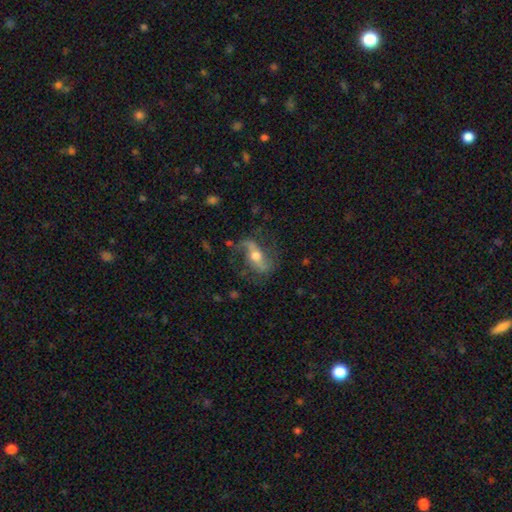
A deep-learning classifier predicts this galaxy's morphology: Q: Smooth or featured?
A: featured or disk (75%); runner-up: smooth (18%)
Q: Edge-on disk?
A: no (88%); runner-up: yes (12%)
Q: Bar?
A: strong (40%); runner-up: weak (30%)
Q: Spiral arms?
A: yes (88%); runner-up: no (12%)
Q: Spiral winding?
A: loose (62%); runner-up: medium (29%)
Q: Spiral arm count?
A: 2 (86%); runner-up: 1 (6%)
Q: Bulge size?
A: moderate (69%); runner-up: small (20%)
Q: Merging?
A: none (68%); runner-up: minor disturbance (18%)